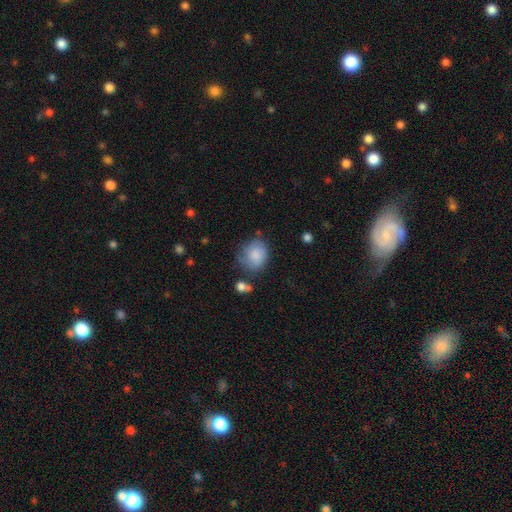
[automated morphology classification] Smooth or featured? smooth (78%)
How rounded? round (65%)
Merging? none (59%)